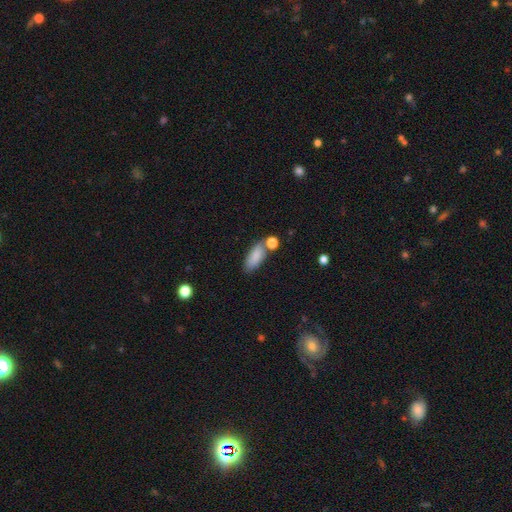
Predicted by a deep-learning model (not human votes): Smooth or featured?
  - smooth: 84% *
  - featured or disk: 8%
  - star or artifact: 8%
How rounded?
  - in between: 81% *
  - cigar-shaped: 16%
  - round: 3%
Merging?
  - none: 59% *
  - minor disturbance: 18%
  - merger: 17%
  - major disturbance: 6%